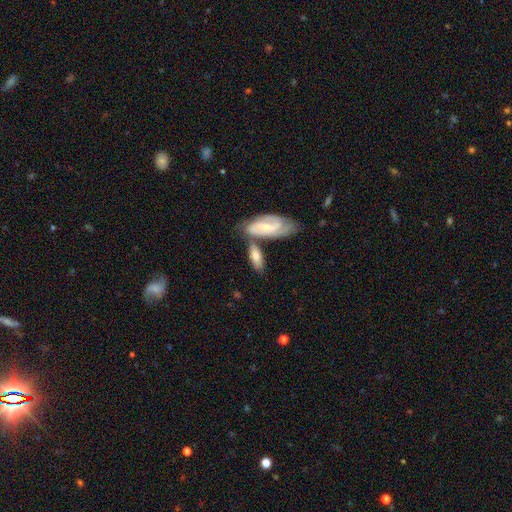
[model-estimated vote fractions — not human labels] Smooth or featured?
  - smooth: 54% *
  - featured or disk: 41%
  - star or artifact: 5%
How rounded?
  - in between: 71% *
  - cigar-shaped: 25%
  - round: 4%
Merging?
  - none: 45% *
  - merger: 34%
  - minor disturbance: 16%
  - major disturbance: 5%